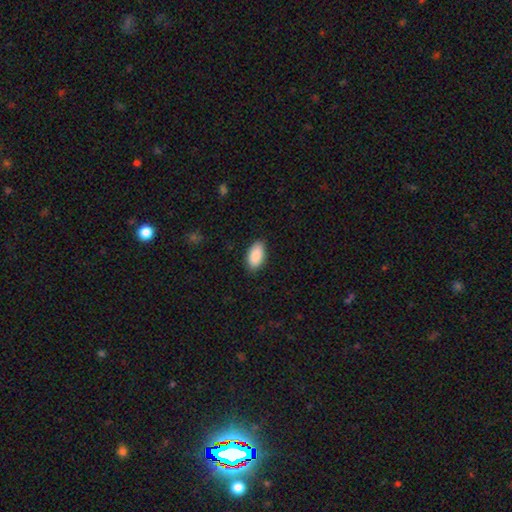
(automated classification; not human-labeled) This appears to be a smooth galaxy with no disk features (91%) that is in between round and cigar-shaped (95%). Merging: none (86%).